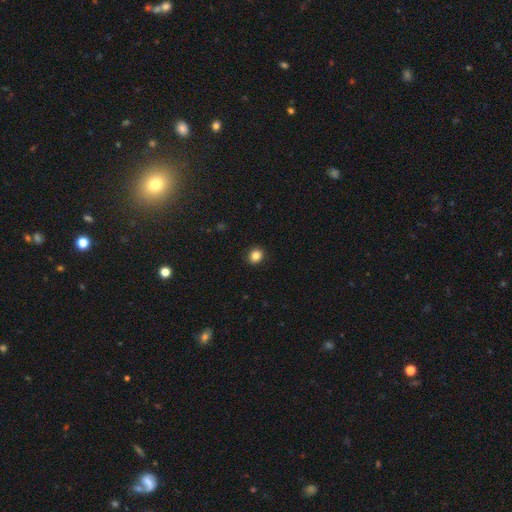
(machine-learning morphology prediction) A smooth galaxy with no disk features (85%) that is round (75%). Merging: none (92%).